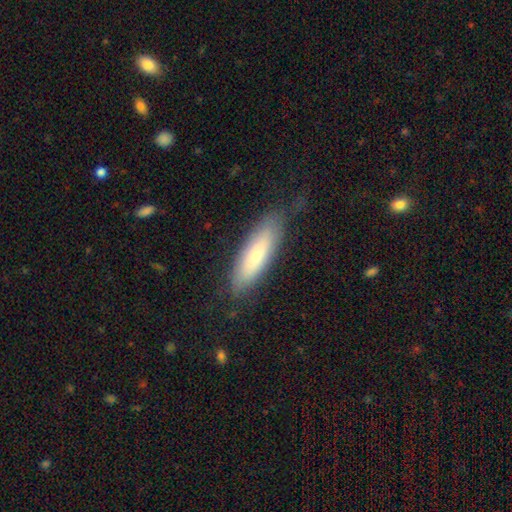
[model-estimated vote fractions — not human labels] A smooth galaxy with no disk features (73%) that is cigar-shaped (54%). Merging: none (75%).